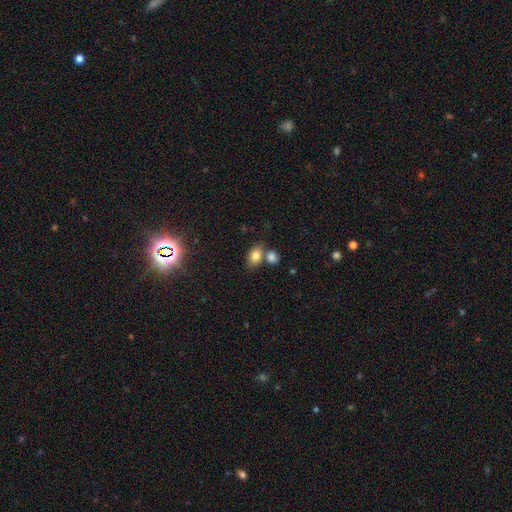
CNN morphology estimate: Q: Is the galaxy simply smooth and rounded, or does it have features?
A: smooth — 80%.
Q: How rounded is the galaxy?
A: in between — 80%.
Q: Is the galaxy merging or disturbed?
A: none — 56%.